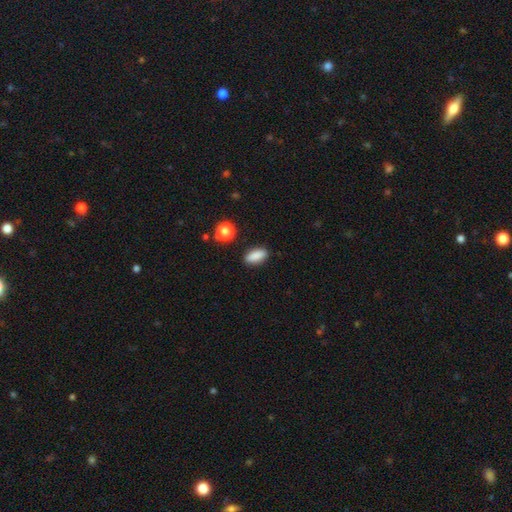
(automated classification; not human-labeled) This appears to be a smooth galaxy with no disk features (87%) that is in between round and cigar-shaped (79%). Merging: none (86%).